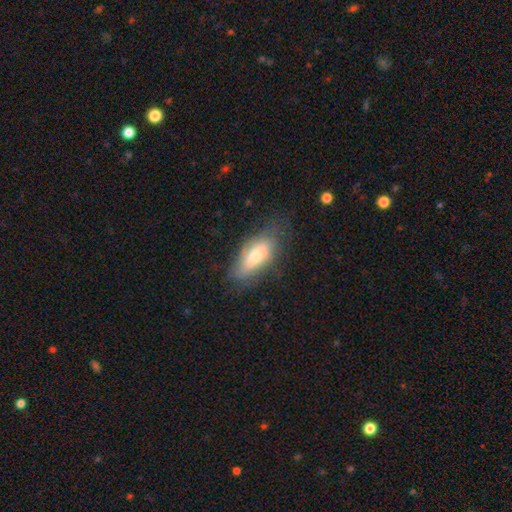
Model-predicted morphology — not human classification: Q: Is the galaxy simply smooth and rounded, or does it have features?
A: smooth — 65%.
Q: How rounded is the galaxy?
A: in between — 77%.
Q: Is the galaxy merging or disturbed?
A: none — 63%.